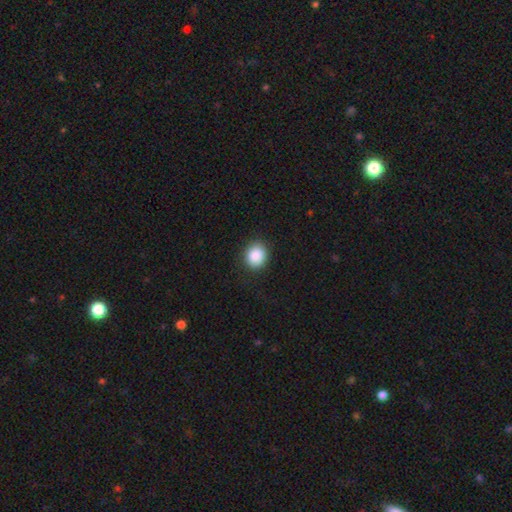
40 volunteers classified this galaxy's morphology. smooth_or_featured: smooth (p=0.88) [alt: star or artifact p=0.10]
how_rounded: round (p=0.77) [alt: in between p=0.23]
merging: none (p=0.75) [alt: minor disturbance p=0.19]